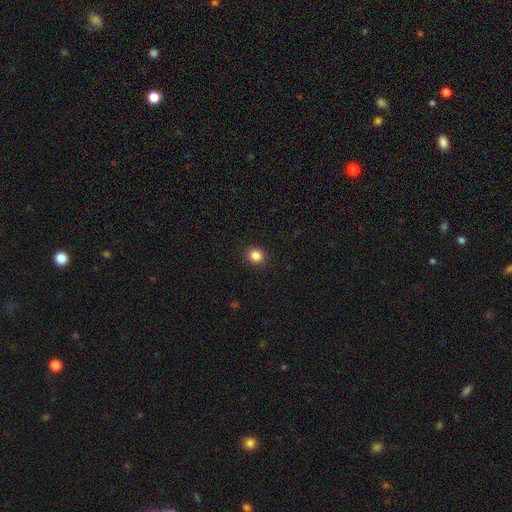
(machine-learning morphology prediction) Smooth or featured? smooth (85%)
How rounded? round (83%)
Merging? none (92%)